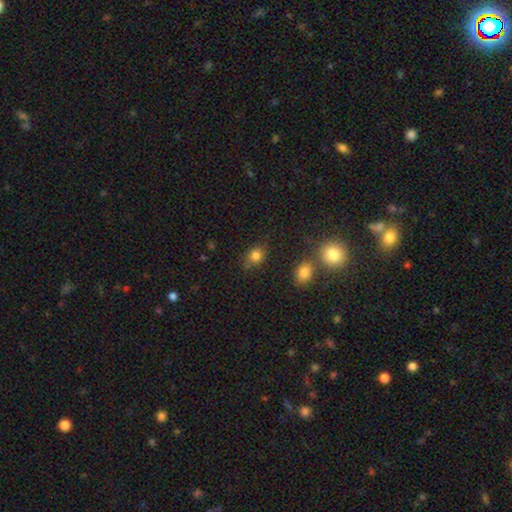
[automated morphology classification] type=smooth (79%); roundness=round (53%); merging=none (69%).